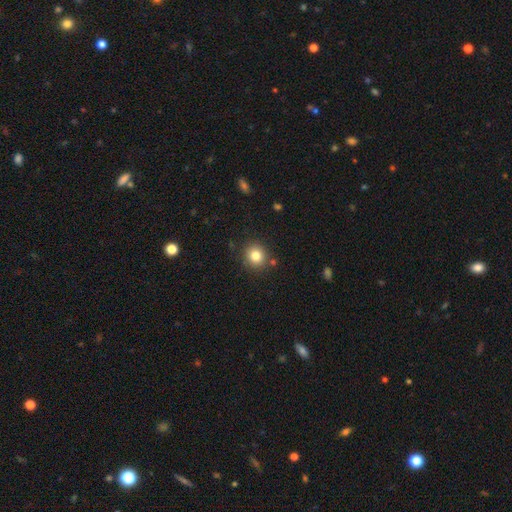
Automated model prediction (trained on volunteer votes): smooth-or-featured: smooth: 81% | star or artifact: 11% | featured or disk: 7%
  how-rounded: round: 89% | in between: 10% | cigar-shaped: 1%
  merging: none: 86% | minor disturbance: 8% | merger: 3% | major disturbance: 2%